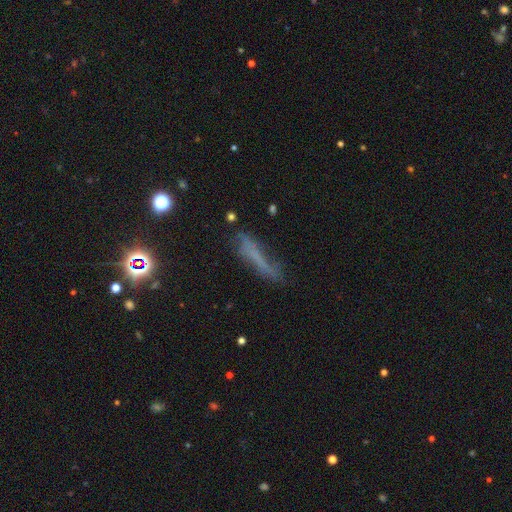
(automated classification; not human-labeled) Q: Smooth or featured?
A: smooth (48%); runner-up: featured or disk (31%)
Q: Merging?
A: none (48%); runner-up: minor disturbance (27%)